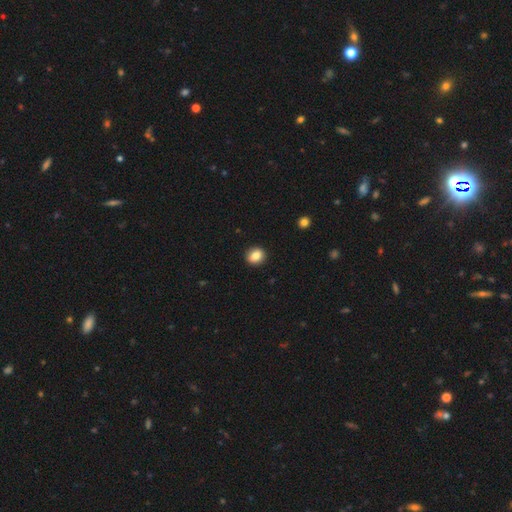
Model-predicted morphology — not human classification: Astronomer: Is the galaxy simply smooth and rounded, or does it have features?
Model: smooth — 83%.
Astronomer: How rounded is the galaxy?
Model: round — 77%.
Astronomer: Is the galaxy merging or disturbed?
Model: none — 92%.